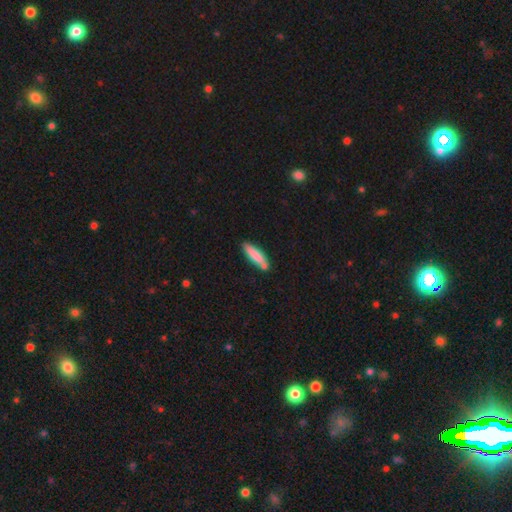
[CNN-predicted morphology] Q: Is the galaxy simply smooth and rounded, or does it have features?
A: smooth — 79%.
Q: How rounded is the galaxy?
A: cigar-shaped — 78%.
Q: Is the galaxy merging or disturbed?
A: none — 71%.